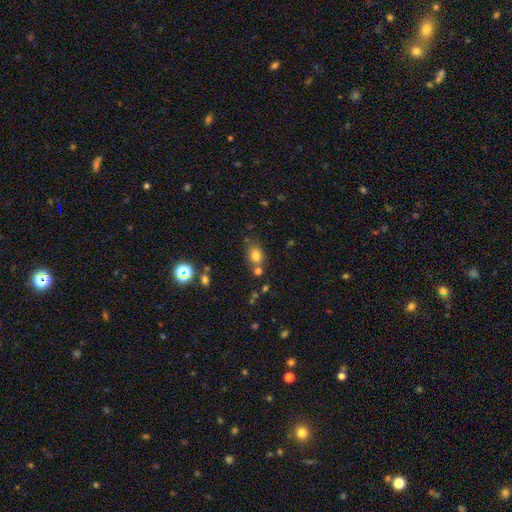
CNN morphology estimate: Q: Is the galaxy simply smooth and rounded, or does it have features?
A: smooth — 77%.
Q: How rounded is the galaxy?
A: in between — 50%.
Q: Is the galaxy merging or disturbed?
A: none — 64%.